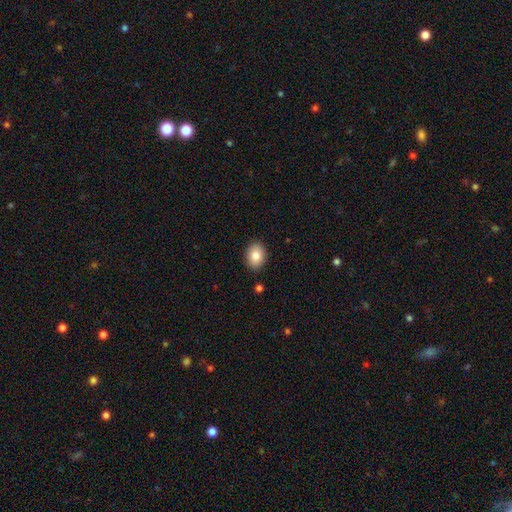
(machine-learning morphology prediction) Q: Smooth or featured?
A: smooth (85%); runner-up: star or artifact (8%)
Q: How rounded?
A: in between (72%); runner-up: round (27%)
Q: Merging?
A: none (89%); runner-up: minor disturbance (8%)